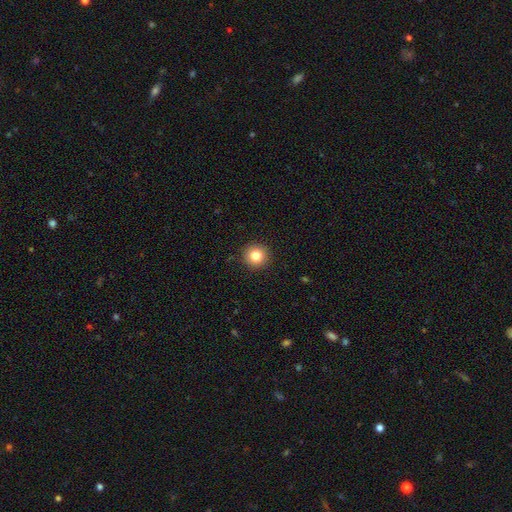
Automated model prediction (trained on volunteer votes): Q: Smooth or featured?
A: smooth (83%); runner-up: star or artifact (11%)
Q: How rounded?
A: round (95%); runner-up: in between (4%)
Q: Merging?
A: none (92%); runner-up: minor disturbance (5%)